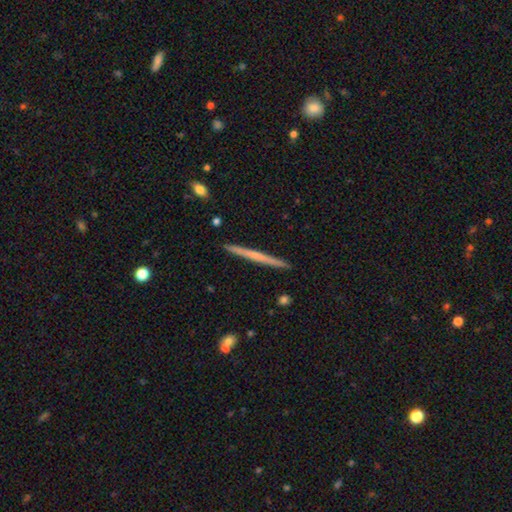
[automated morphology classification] type=featured or disk (56%); edge-on=yes (98%); edge-on bulge=none (73%); merging=none (92%).